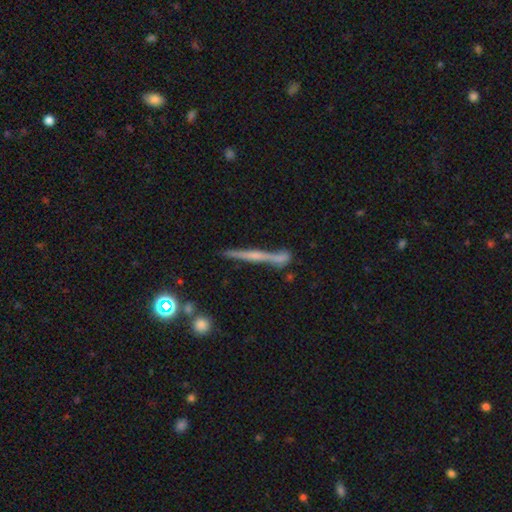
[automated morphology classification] Smooth or featured? featured or disk (65%)
Edge-on disk? yes (96%)
Edge-on bulge? rounded (50%)
Merging? none (76%)